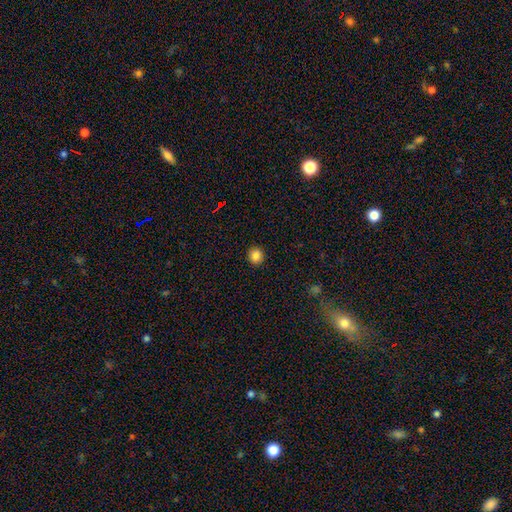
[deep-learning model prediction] Smooth or featured? smooth (84%)
How rounded? round (90%)
Merging? none (92%)